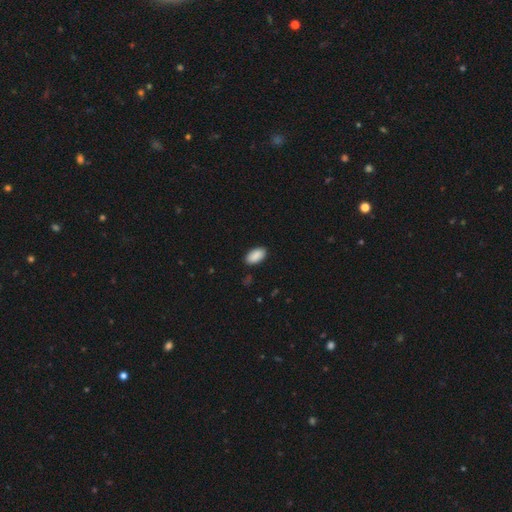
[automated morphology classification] This is clearly a smooth galaxy (90%). How rounded: clearly in between (95%). Merging: clearly none (88%).